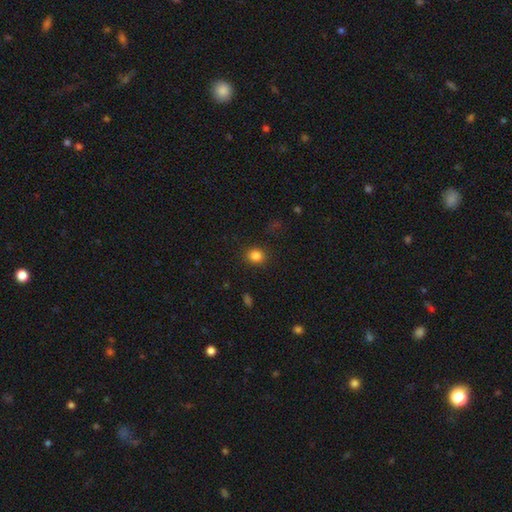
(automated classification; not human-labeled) Smooth or featured: smooth — 84% (star or artifact — 12%)
How rounded: round — 67% (in between — 32%)
Merging: none — 88% (minor disturbance — 8%)